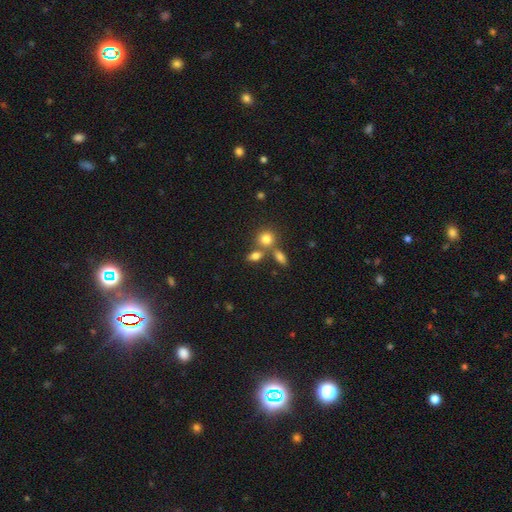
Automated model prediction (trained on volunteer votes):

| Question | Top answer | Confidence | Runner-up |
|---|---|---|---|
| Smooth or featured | smooth | 77% | star or artifact (12%) |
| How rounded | in between | 63% | round (31%) |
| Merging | none | 52% | merger (33%) |